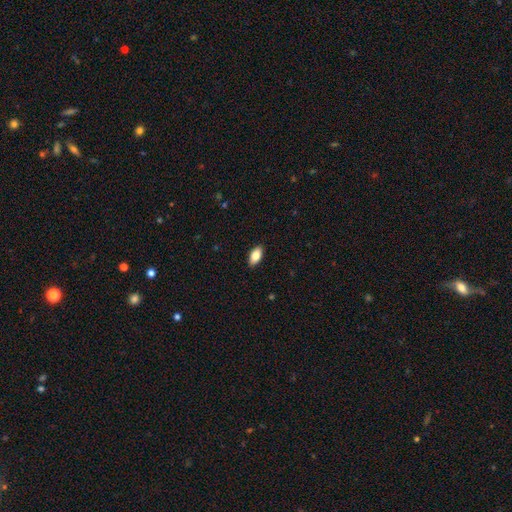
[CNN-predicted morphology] Smooth or featured: smooth — 82% (featured or disk — 12%)
How rounded: in between — 90% (cigar-shaped — 7%)
Merging: none — 90% (minor disturbance — 8%)